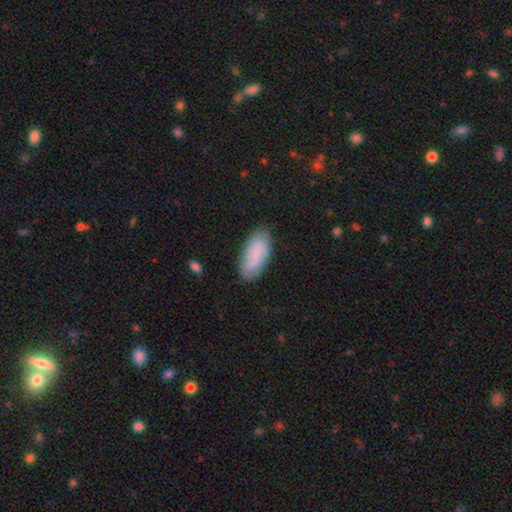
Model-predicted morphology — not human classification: smooth-or-featured: smooth: 76% | featured or disk: 17% | star or artifact: 7%
  how-rounded: in between: 91% | cigar-shaped: 7% | round: 2%
  merging: none: 80% | minor disturbance: 15% | major disturbance: 3% | merger: 1%